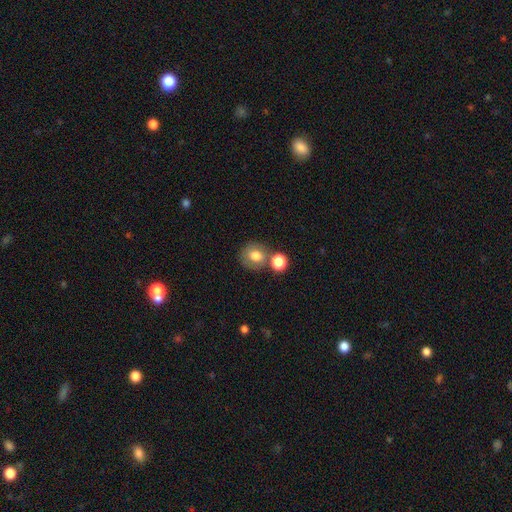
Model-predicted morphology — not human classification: A smooth galaxy with no disk features (75%) that is round (77%).

Vote fractions:
- Smooth or featured? smooth: 75% / featured or disk: 15% / star or artifact: 10%
- How rounded? round: 77% / in between: 22% / cigar-shaped: 1%
- Merging? none: 58% / merger: 24% / minor disturbance: 13% / major disturbance: 5%